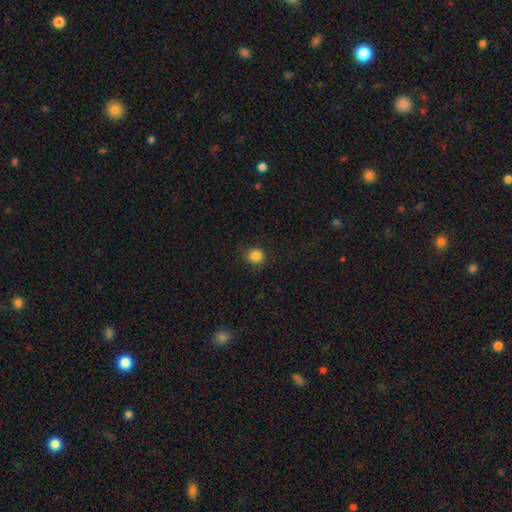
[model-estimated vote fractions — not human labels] A smooth galaxy with no disk features (84%) that is round (87%). Merging: none (85%).